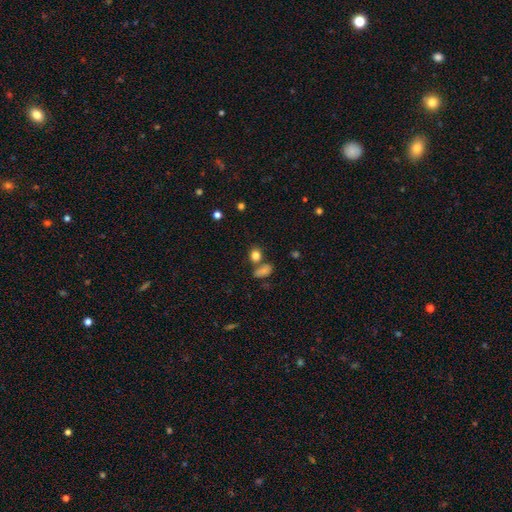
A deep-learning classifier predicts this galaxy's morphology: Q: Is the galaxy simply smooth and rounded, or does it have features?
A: smooth — 81%.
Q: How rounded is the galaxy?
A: round — 65%.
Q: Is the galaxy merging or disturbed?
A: none — 62%.